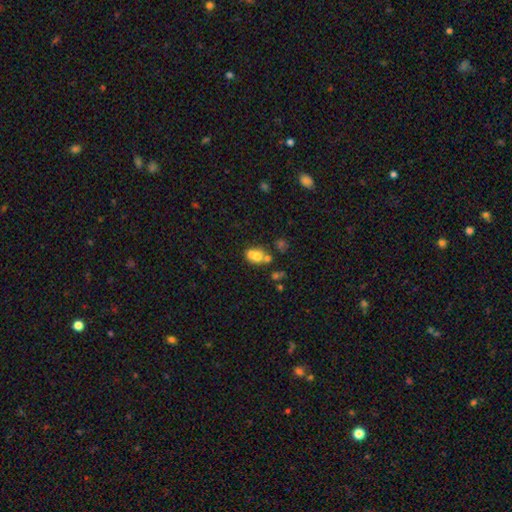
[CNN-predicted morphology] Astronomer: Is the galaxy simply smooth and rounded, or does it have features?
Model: smooth — 66%.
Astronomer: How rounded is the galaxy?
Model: in between — 60% (runner-up: round, 38%).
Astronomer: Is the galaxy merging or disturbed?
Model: merger — 52% (runner-up: none, 30%).